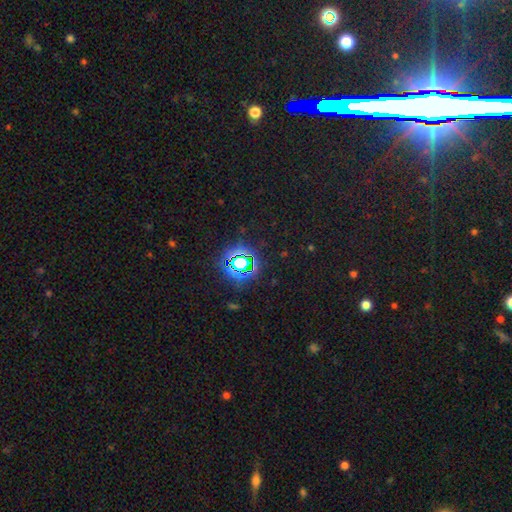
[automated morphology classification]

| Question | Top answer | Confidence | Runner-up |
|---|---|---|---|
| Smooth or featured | star or artifact | 72% | smooth (16%) |